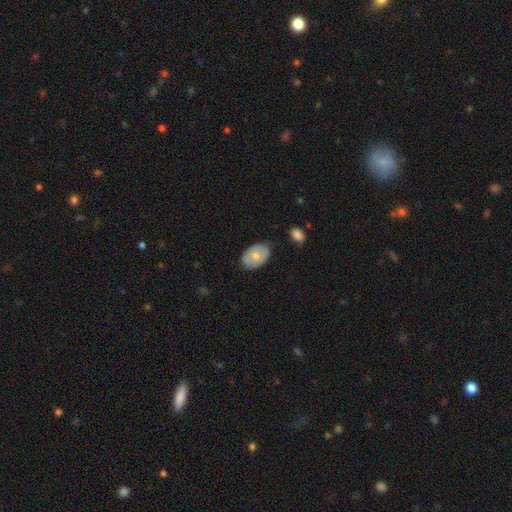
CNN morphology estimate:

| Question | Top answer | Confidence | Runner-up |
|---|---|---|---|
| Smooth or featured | smooth | 65% | featured or disk (29%) |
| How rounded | in between | 86% | round (13%) |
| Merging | none | 77% | minor disturbance (18%) |